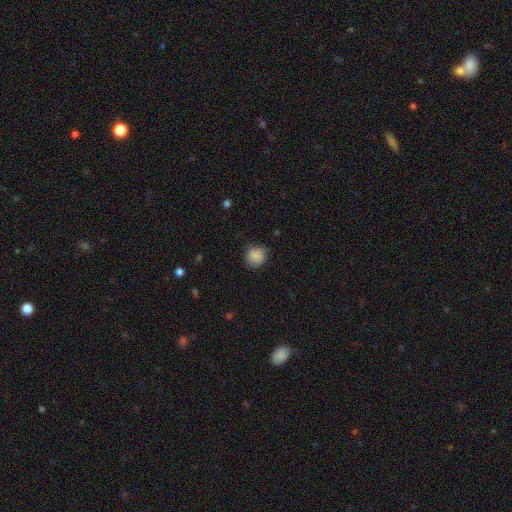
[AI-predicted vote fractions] Smooth or featured? smooth (85%)
How rounded? round (84%)
Merging? none (78%)